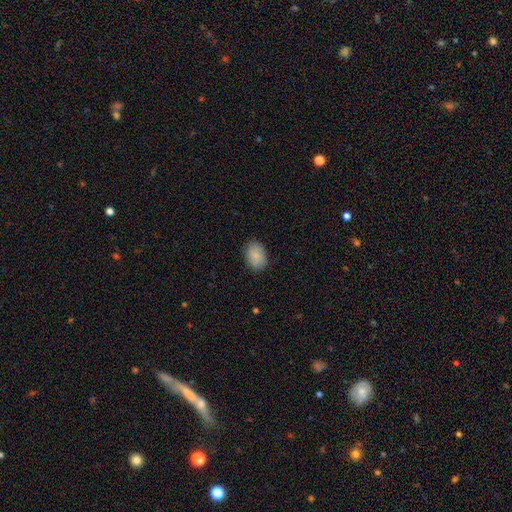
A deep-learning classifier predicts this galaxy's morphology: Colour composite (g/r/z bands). It shows a smooth galaxy with no disk features (87%) that is in between round and cigar-shaped (82%). Merging: none (84%).